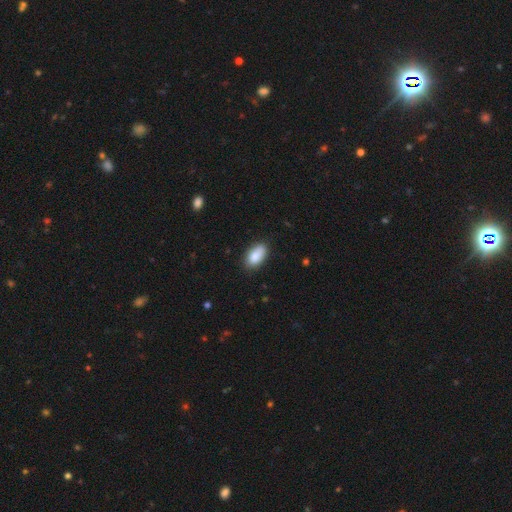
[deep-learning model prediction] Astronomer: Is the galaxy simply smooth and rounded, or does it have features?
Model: smooth — 89%.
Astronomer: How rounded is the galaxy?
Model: in between — 93%.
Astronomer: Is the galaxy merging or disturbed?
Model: none — 81%.